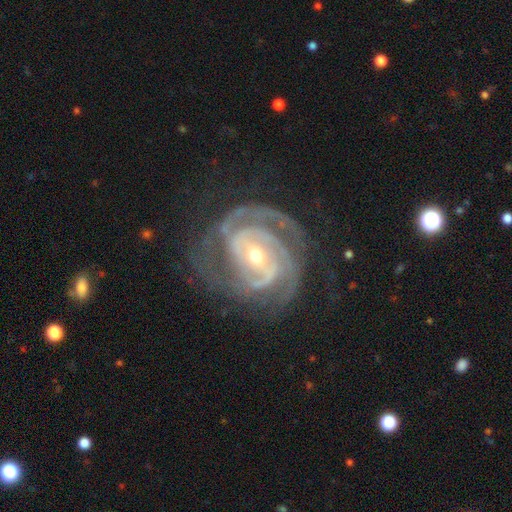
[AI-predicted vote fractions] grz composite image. It shows a featured or disk galaxy (92%) with no bar (39%), 3 (35%) tight (69%) spiral arms (98%) and a moderate central bulge (50%). Merging: none (70%).